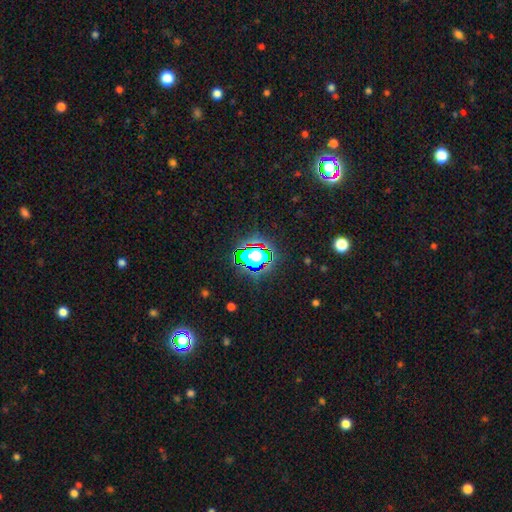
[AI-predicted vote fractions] smooth-or-featured: star or artifact: 56% | smooth: 31% | featured or disk: 13%